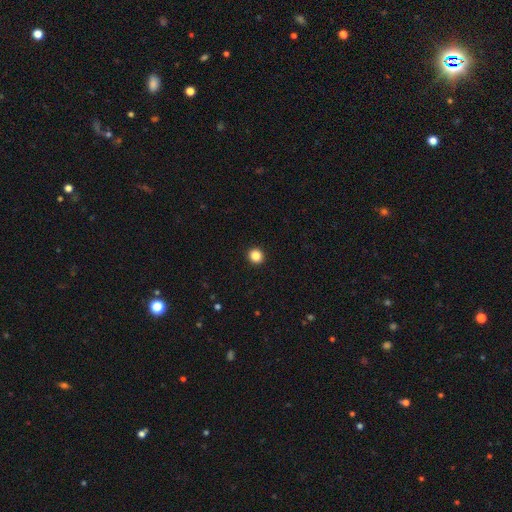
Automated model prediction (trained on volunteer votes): smooth_or_featured: smooth (p=0.86) [alt: star or artifact p=0.11]
how_rounded: round (p=0.92) [alt: in between p=0.08]
merging: none (p=0.94) [alt: minor disturbance p=0.04]